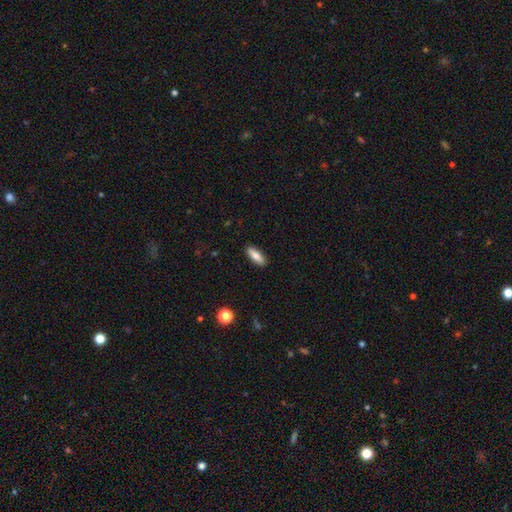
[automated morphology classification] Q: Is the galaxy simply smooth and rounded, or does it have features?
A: smooth — 77%.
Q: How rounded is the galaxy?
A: in between — 56%.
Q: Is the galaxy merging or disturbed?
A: none — 90%.